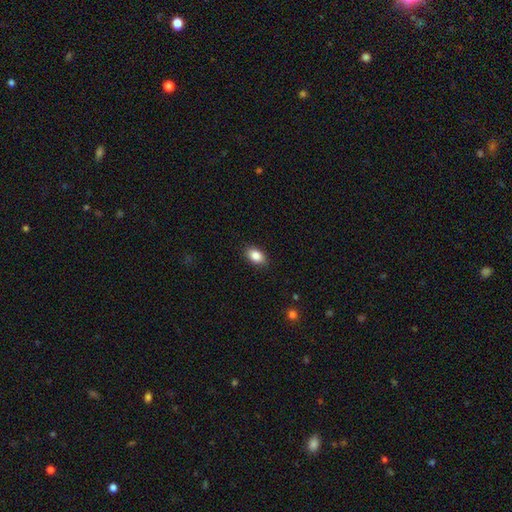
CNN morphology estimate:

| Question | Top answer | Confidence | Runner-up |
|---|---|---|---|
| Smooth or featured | smooth | 86% | star or artifact (8%) |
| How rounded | in between | 89% | round (9%) |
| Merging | none | 88% | minor disturbance (9%) |